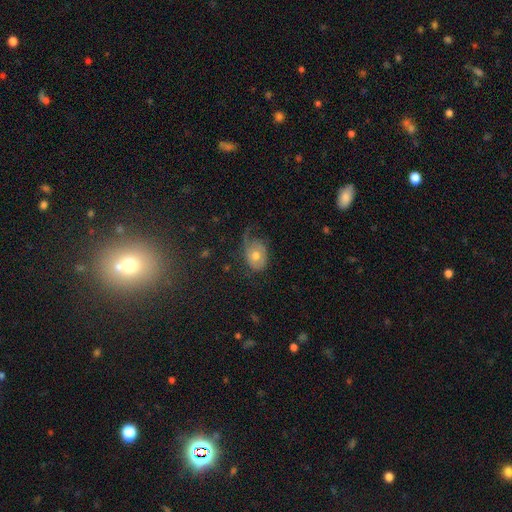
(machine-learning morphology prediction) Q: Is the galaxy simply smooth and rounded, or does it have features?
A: featured or disk — 51%.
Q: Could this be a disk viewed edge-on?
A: no — 95%.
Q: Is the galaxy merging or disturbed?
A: none — 39%.